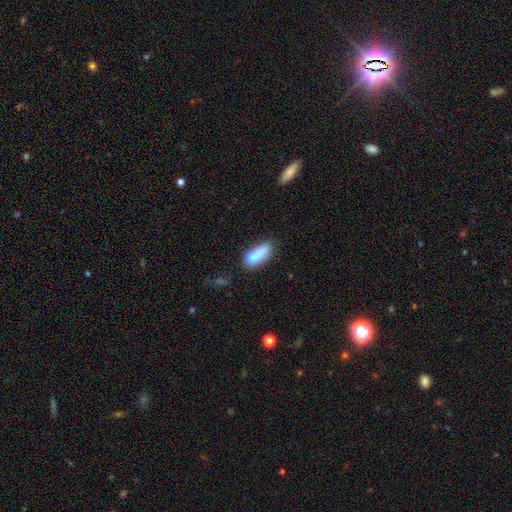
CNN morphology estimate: Smooth or featured? smooth (78%)
How rounded? in between (73%)
Merging? none (43%)